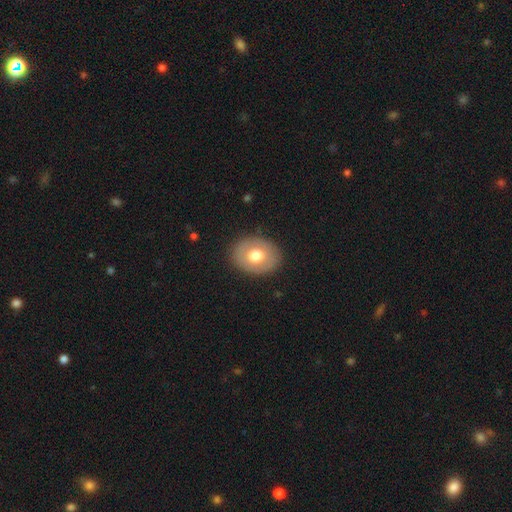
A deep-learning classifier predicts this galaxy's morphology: Smooth or featured? Predicted: smooth (p=0.64). How rounded? Predicted: in between (p=0.60). Merging? Predicted: none (p=0.87).